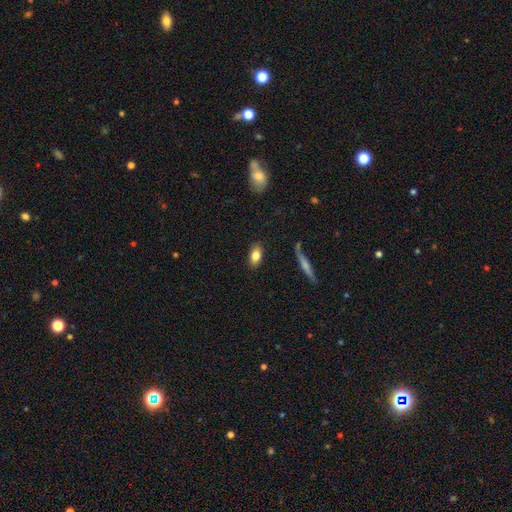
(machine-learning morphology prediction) The model was most divided on "smooth or featured": smooth: 81%, featured or disk: 11%, star or artifact: 8%. More confident: how rounded — in between (88%); merging — none (87%).